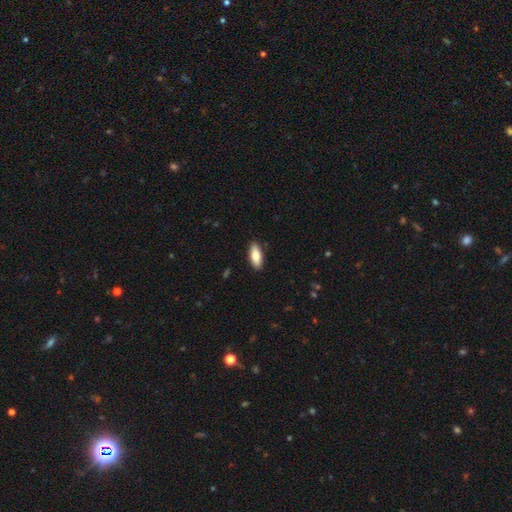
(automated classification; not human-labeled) smooth_or_featured: smooth (p=0.79) [alt: featured or disk p=0.15]
how_rounded: in between (p=0.80) [alt: cigar-shaped p=0.18]
merging: none (p=0.89) [alt: minor disturbance p=0.08]